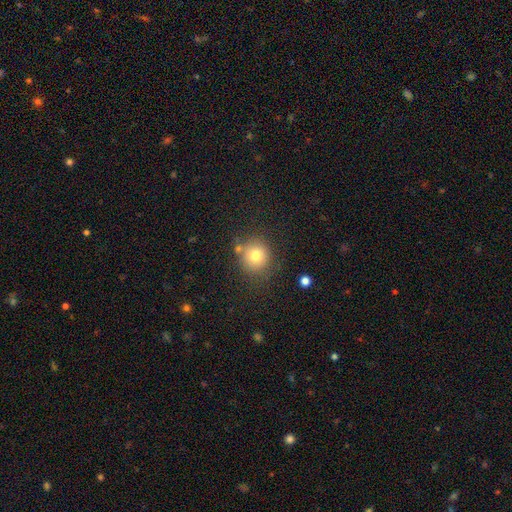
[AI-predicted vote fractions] Overall: smooth (76%). How rounded: round (91%). Merging: none (77%).